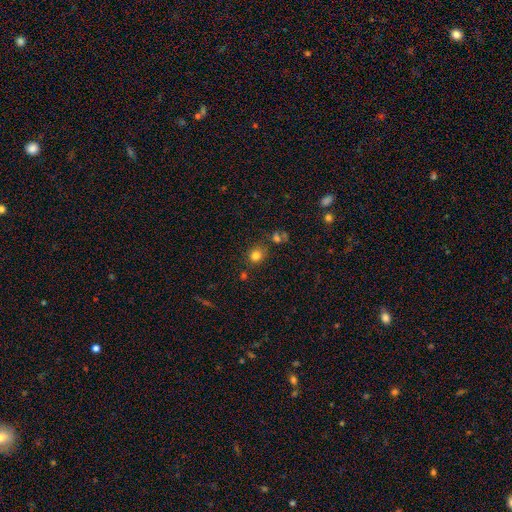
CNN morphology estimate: Smooth or featured: smooth — 79% (star or artifact — 15%)
How rounded: round — 82% (in between — 17%)
Merging: none — 78% (minor disturbance — 11%)